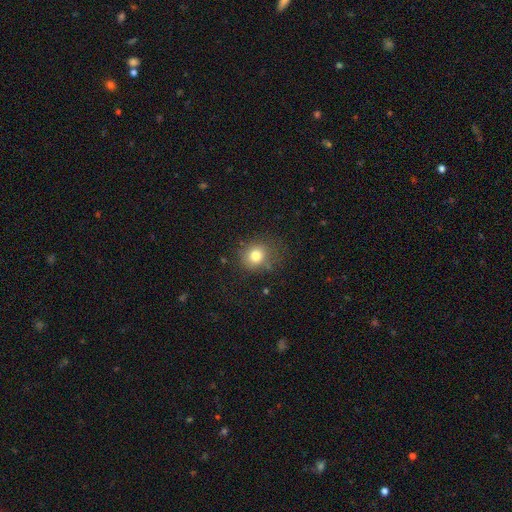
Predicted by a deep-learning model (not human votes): Q: Smooth or featured?
A: smooth (80%); runner-up: star or artifact (12%)
Q: How rounded?
A: round (76%); runner-up: in between (23%)
Q: Merging?
A: none (74%); runner-up: minor disturbance (17%)